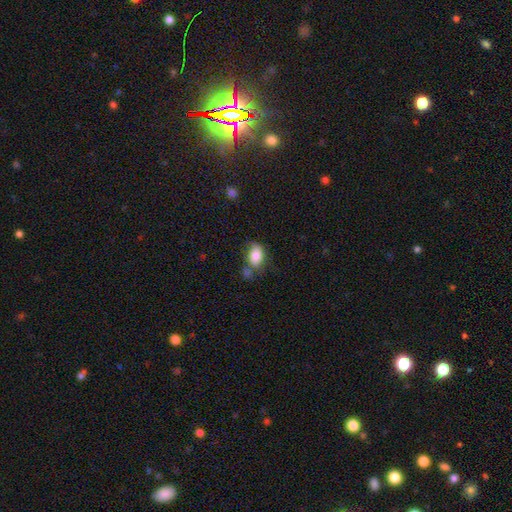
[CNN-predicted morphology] Q: Smooth or featured?
A: smooth (82%); runner-up: featured or disk (10%)
Q: How rounded?
A: in between (85%); runner-up: round (13%)
Q: Merging?
A: none (45%); runner-up: minor disturbance (25%)